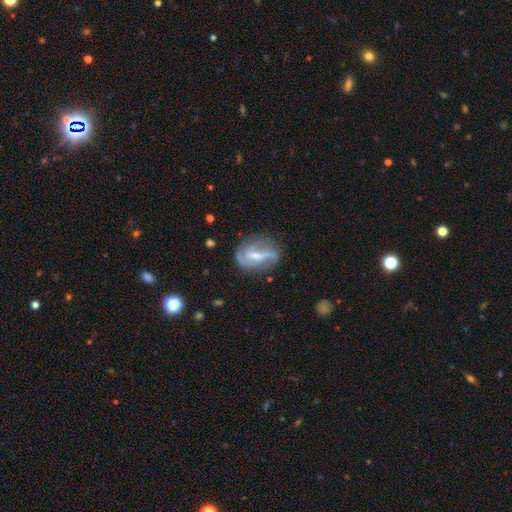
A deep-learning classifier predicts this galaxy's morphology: Q: Smooth or featured?
A: featured or disk (68%); runner-up: smooth (24%)
Q: Edge-on disk?
A: no (90%); runner-up: yes (10%)
Q: Bar?
A: strong (48%); runner-up: weak (36%)
Q: Spiral arms?
A: yes (70%); runner-up: no (30%)
Q: Bulge size?
A: moderate (43%); runner-up: small (42%)
Q: Merging?
A: none (62%); runner-up: minor disturbance (23%)